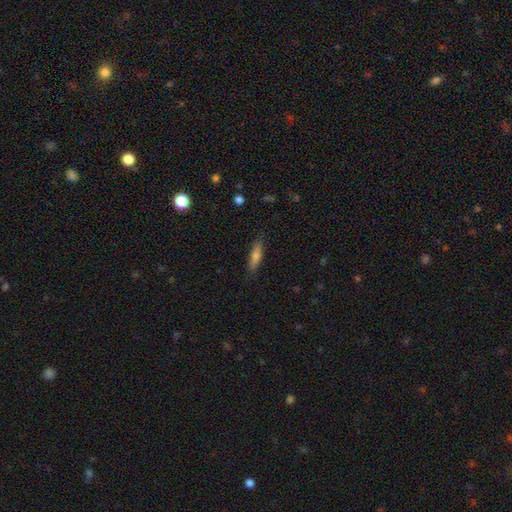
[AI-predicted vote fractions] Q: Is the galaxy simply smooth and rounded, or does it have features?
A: smooth — 60%.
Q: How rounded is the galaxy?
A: cigar-shaped — 76%.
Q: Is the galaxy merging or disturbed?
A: none — 86%.